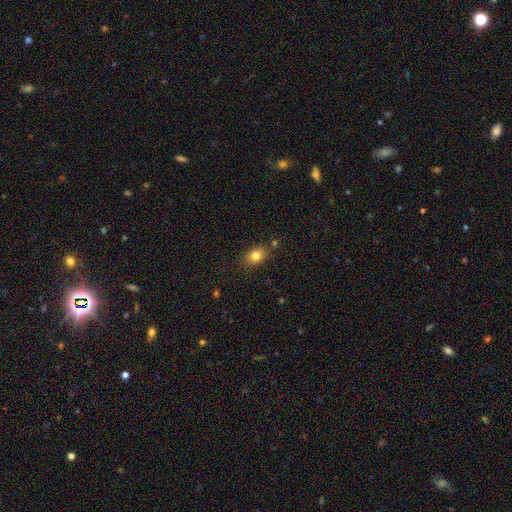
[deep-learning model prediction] Q: Smooth or featured?
A: smooth (81%); runner-up: star or artifact (10%)
Q: How rounded?
A: in between (70%); runner-up: round (28%)
Q: Merging?
A: none (79%); runner-up: minor disturbance (13%)